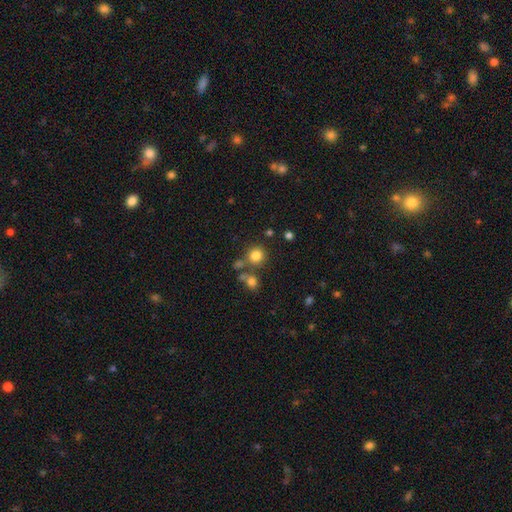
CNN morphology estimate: This is likely a smooth galaxy (79%). How rounded: clearly round (90%). Merging: likely none (72%).